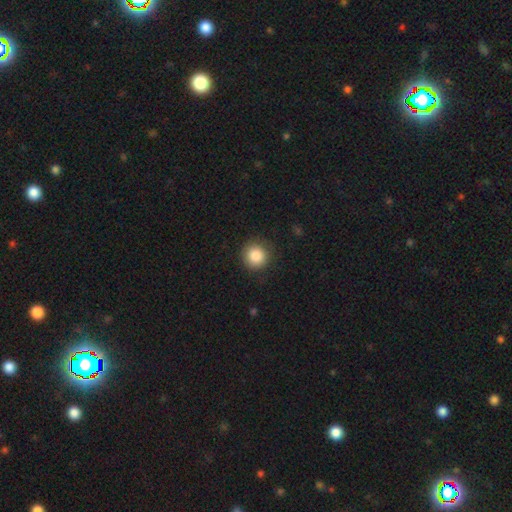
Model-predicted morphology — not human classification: Smooth or featured: smooth — 86% (star or artifact — 9%)
How rounded: round — 93% (in between — 6%)
Merging: none — 89% (minor disturbance — 8%)